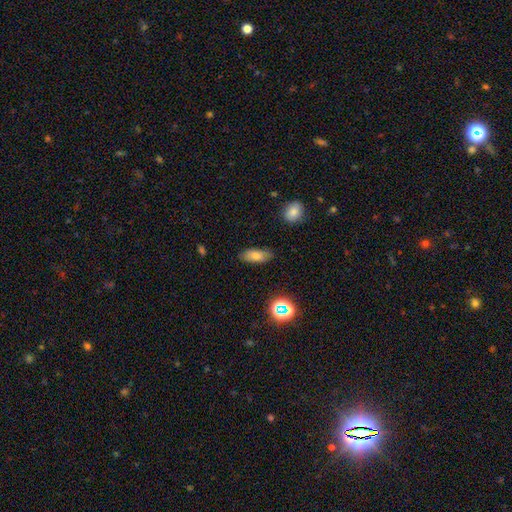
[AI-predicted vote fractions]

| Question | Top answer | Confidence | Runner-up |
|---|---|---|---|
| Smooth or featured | smooth | 77% | featured or disk (13%) |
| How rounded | in between | 81% | cigar-shaped (16%) |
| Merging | none | 83% | minor disturbance (13%) |